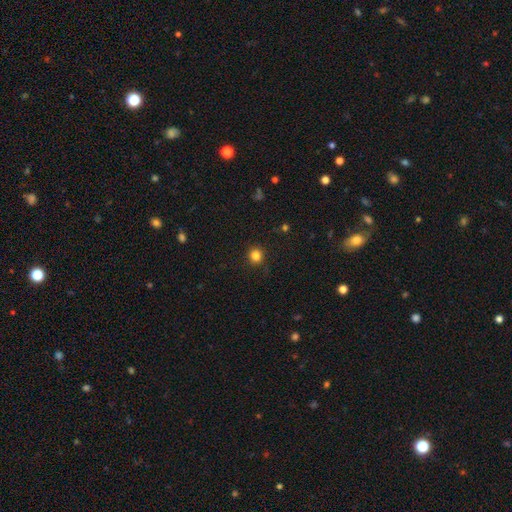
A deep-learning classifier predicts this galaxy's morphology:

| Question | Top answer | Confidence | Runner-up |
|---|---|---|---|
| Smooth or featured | smooth | 83% | star or artifact (13%) |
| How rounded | round | 92% | in between (7%) |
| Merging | none | 90% | minor disturbance (7%) |